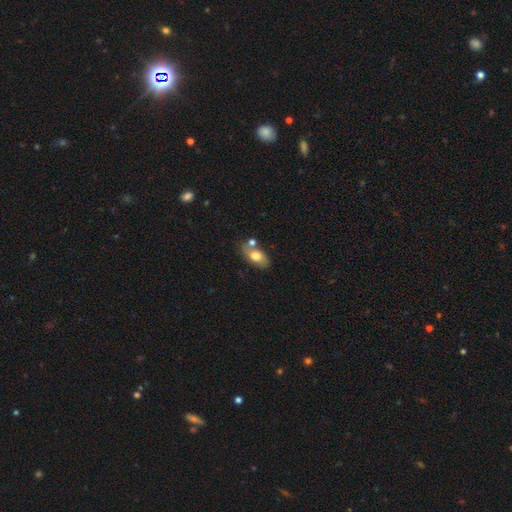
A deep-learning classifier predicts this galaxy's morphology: A smooth galaxy with no disk features (70%) that is in between round and cigar-shaped (89%).

Vote fractions:
- Smooth or featured? smooth: 70% / featured or disk: 23% / star or artifact: 7%
- How rounded? in between: 89% / round: 8% / cigar-shaped: 3%
- Merging? none: 59% / merger: 19% / minor disturbance: 17% / major disturbance: 5%